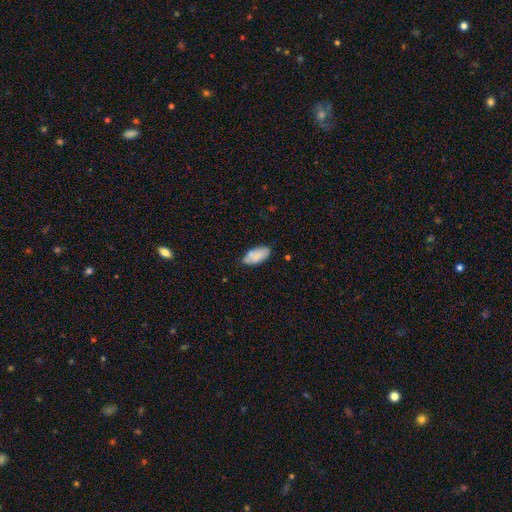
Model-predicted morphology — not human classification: Q: Smooth or featured?
A: smooth (81%); runner-up: featured or disk (12%)
Q: How rounded?
A: in between (92%); runner-up: cigar-shaped (6%)
Q: Merging?
A: none (71%); runner-up: minor disturbance (21%)